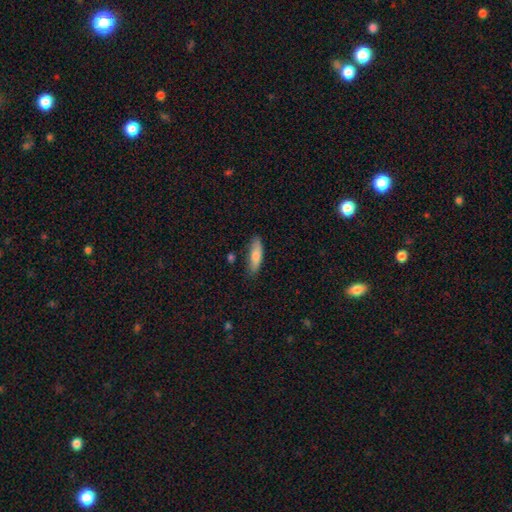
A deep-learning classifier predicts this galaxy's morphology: The model was most divided on "how rounded": cigar-shaped: 56%, in between: 42%, round: 2%. More confident: merging — none (81%); smooth or featured — smooth (76%).